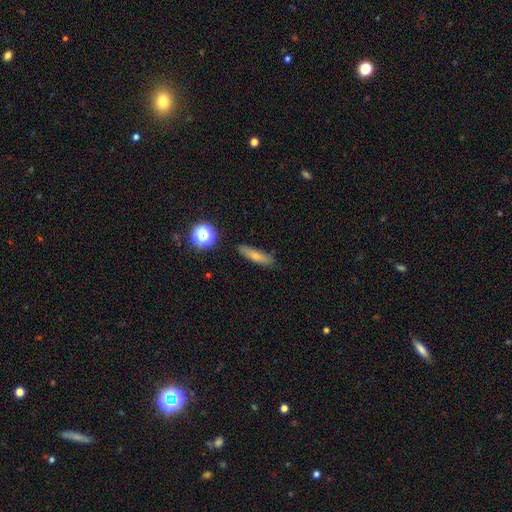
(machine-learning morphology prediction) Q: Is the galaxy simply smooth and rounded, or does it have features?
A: smooth — 69%.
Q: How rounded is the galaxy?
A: cigar-shaped — 74%.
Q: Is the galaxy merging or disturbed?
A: none — 84%.